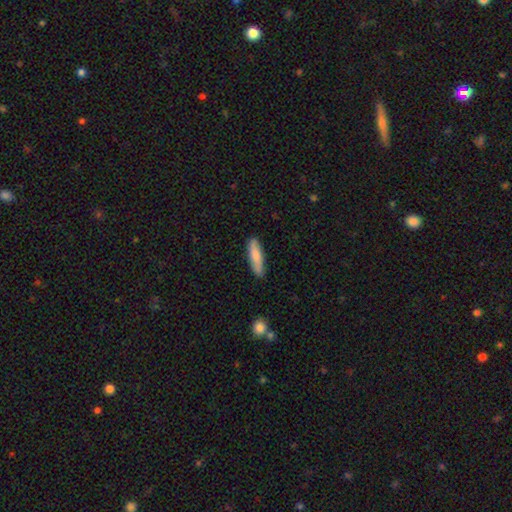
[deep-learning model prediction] This is likely a smooth galaxy (79%). How rounded: likely cigar-shaped (74%). Merging: clearly none (86%).